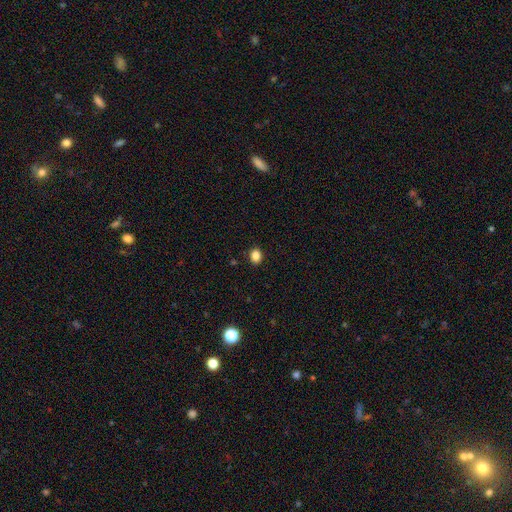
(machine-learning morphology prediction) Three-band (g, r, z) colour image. It shows a smooth galaxy with no disk features (85%) that is in between round and cigar-shaped (53%). Merging: none (90%).